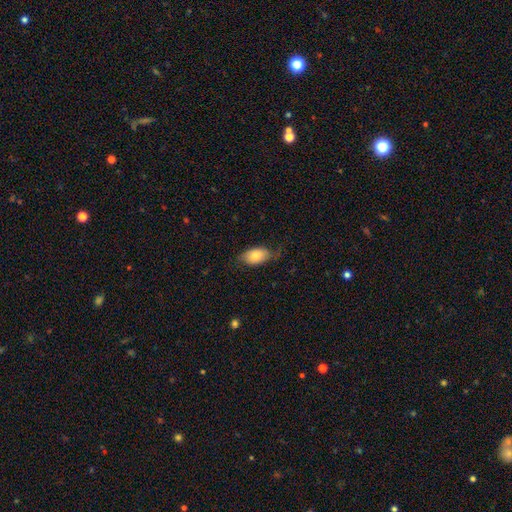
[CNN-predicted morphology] The model was most divided on "merging": none: 62%, minor disturbance: 27%, major disturbance: 10%, merger: 1%. More confident: how rounded — in between (91%); smooth or featured — smooth (73%).